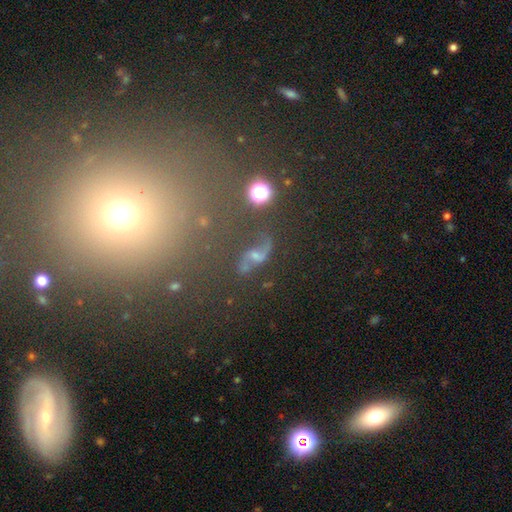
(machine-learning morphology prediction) smooth-or-featured: featured or disk: 66% | star or artifact: 18% | smooth: 16%
  disk-edge-on: no: 93% | yes: 7%
    bar: no: 55% | weak: 33% | strong: 12%
    has-spiral-arms: yes: 89% | no: 11%
      spiral-winding: loose: 80% | medium: 14% | tight: 5%
      spiral-arm-count: 2: 91% | 1: 4% | can't tell: 2% | 3: 1% | 4: 1% | more than 4: 1%
    bulge-size: moderate: 39% | small: 37% | none: 12% | large: 8% | dominant: 3%
  merging: none: 60% | minor disturbance: 16% | major disturbance: 14% | merger: 10%